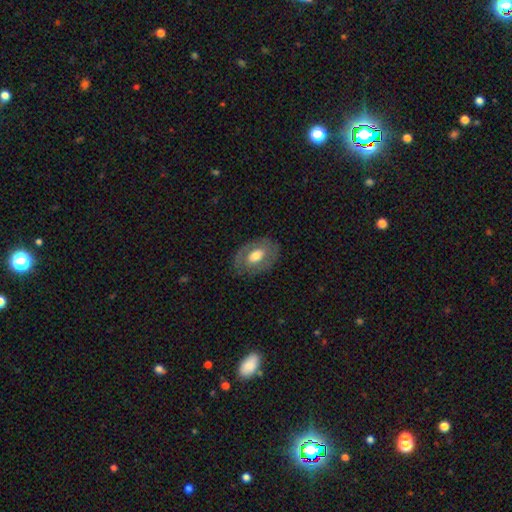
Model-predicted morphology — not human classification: A smooth galaxy with no disk features (50%) that is in between round and cigar-shaped (84%). Merging: none (79%).